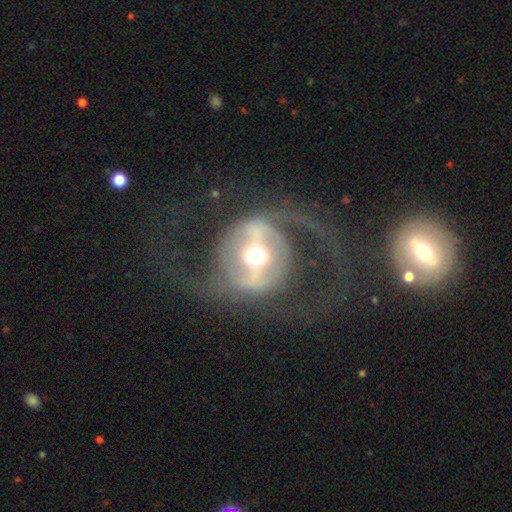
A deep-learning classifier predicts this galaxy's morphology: featured or disk 72%, smooth 20%, star or artifact 8%. Down the decision tree: edge-on disk — no (93%); bar — strong (46%); spiral arms — yes (53%); bulge size — moderate (60%); merging — none (52%).